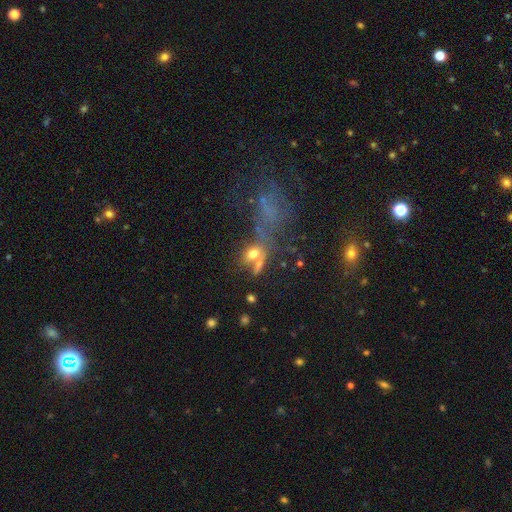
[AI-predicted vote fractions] Morphology: type=smooth (58%); roundness=in between (61%); merging=merger (37%, tied with none).